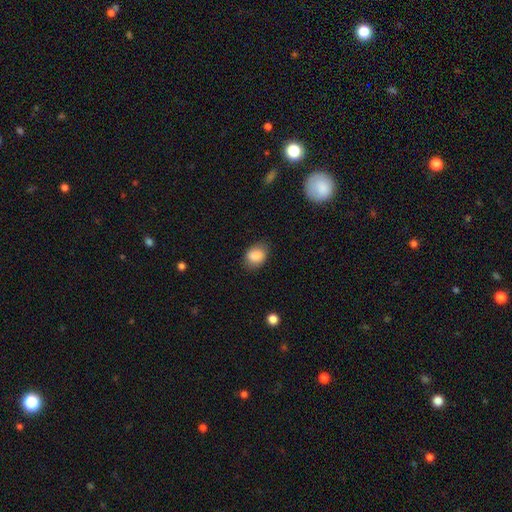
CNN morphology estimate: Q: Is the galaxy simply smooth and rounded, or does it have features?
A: smooth — 85%.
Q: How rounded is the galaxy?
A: in between — 69%.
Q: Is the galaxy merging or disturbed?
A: none — 74%.